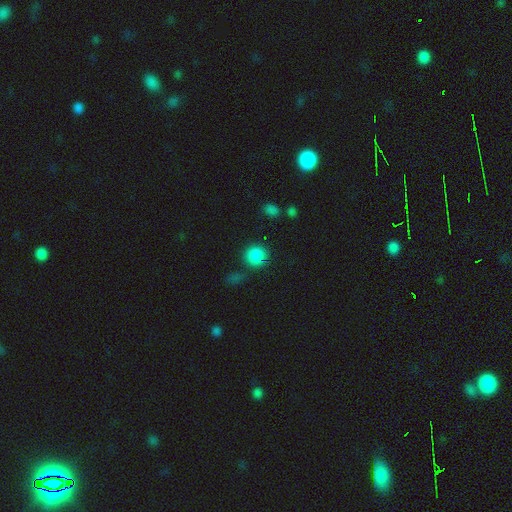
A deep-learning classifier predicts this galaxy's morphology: Overall: smooth (86%). How rounded: round (91%). Merging: none (78%).